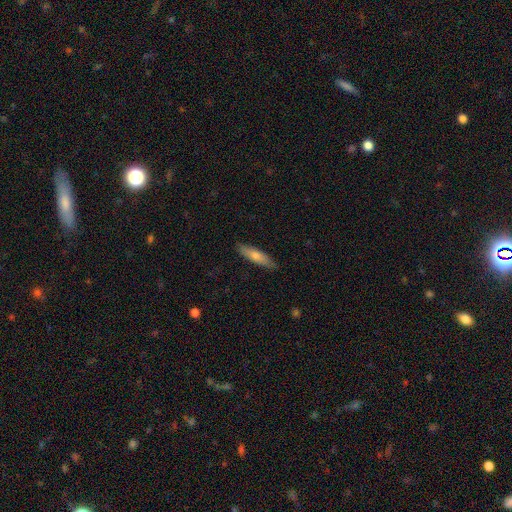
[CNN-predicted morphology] The model was most divided on "how rounded": cigar-shaped: 71%, in between: 28%, round: 2%. More confident: merging — none (85%); smooth or featured — smooth (72%).